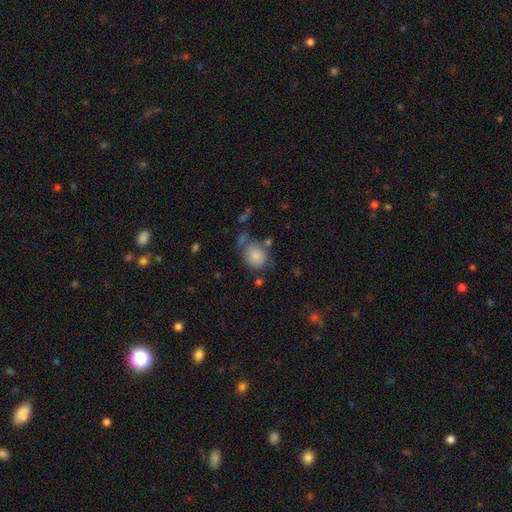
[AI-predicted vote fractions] Morphology: type=smooth (82%); roundness=round (66%); merging=none (54%).